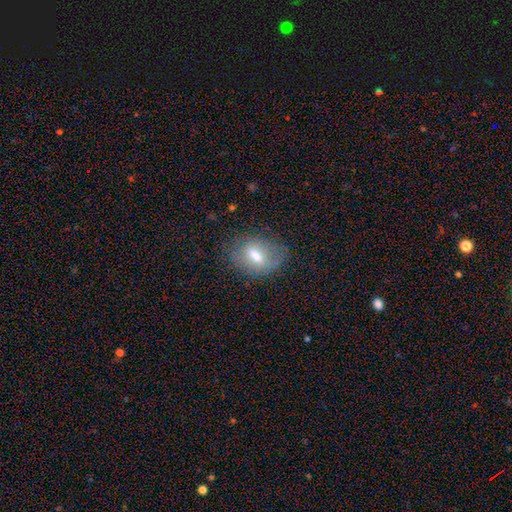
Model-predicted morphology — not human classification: smooth_or_featured: smooth (p=0.59) [alt: featured or disk p=0.31]
how_rounded: in between (p=0.76) [alt: round p=0.18]
merging: none (p=0.70) [alt: minor disturbance p=0.20]